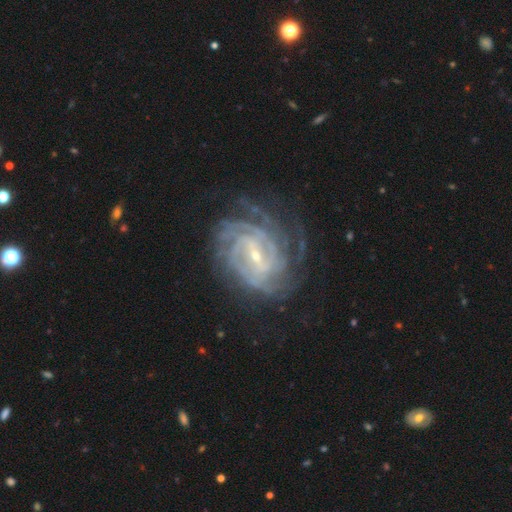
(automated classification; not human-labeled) Morphology: type=featured or disk (91%); edge-on=no (97%); bar=weak (44%); spiral arms=yes (98%); winding=tight (74%); arm count=4 (29%); bulge=small (73%); merging=none (73%).